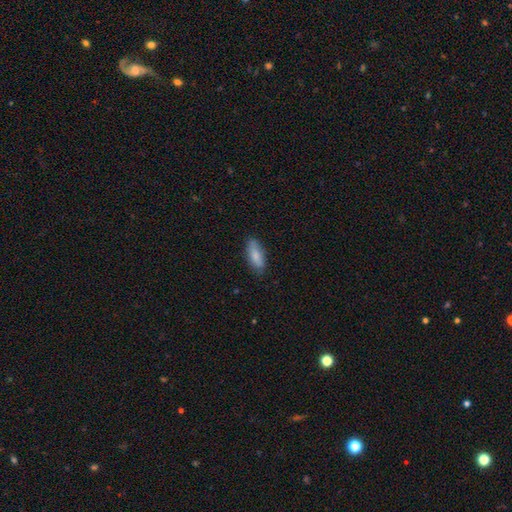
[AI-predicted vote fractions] smooth_or_featured: smooth (p=0.81) [alt: featured or disk p=0.13]
how_rounded: in between (p=0.67) [alt: cigar-shaped p=0.31]
merging: none (p=0.80) [alt: minor disturbance p=0.16]